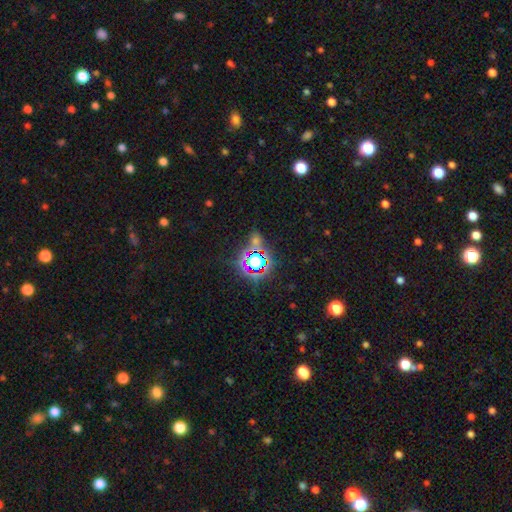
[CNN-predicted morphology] The model was most divided on "smooth or featured": star or artifact: 78%, smooth: 14%, featured or disk: 8%.